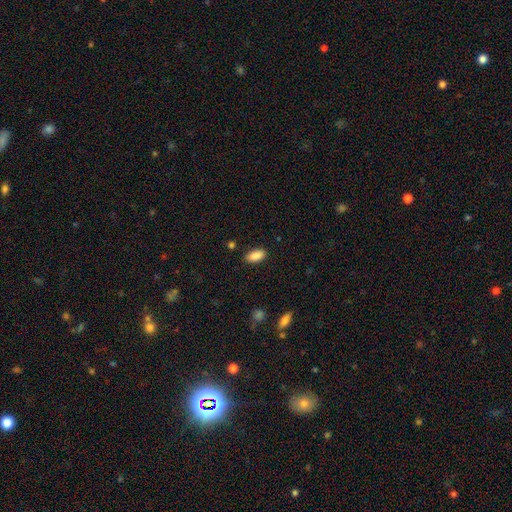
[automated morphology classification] type=smooth (89%); roundness=in between (91%); merging=none (86%).